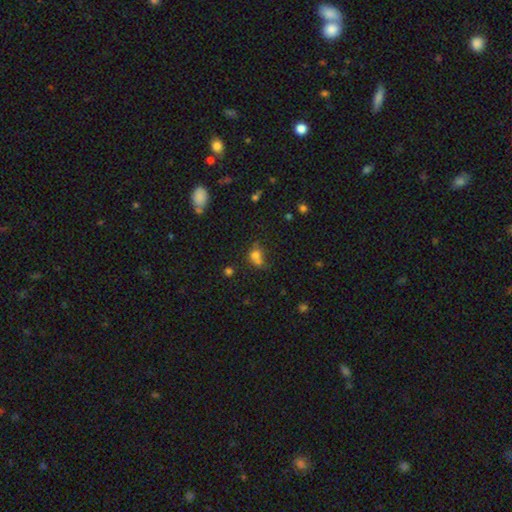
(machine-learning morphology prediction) This appears to be a smooth galaxy with no disk features (72%) that is round (56%). Merging: none (37%).